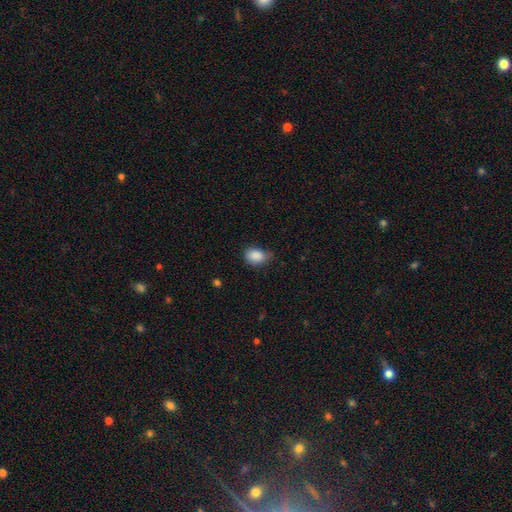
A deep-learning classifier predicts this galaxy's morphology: A smooth galaxy with no disk features (88%) that is in between round and cigar-shaped (79%).

Vote fractions:
- Smooth or featured? smooth: 88% / star or artifact: 8% / featured or disk: 4%
- How rounded? in between: 79% / round: 20% / cigar-shaped: 1%
- Merging? none: 61% / minor disturbance: 31% / major disturbance: 6% / merger: 1%